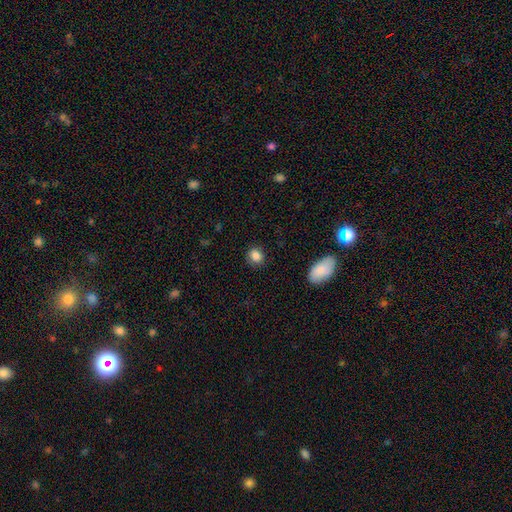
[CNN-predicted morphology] This appears to be a smooth galaxy with no disk features (86%) that is round (70%). Merging: none (86%).